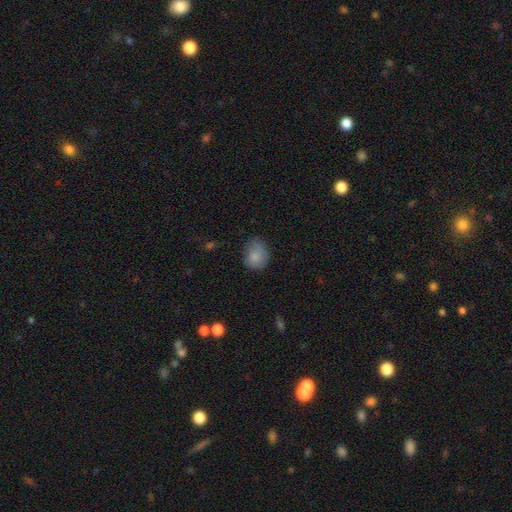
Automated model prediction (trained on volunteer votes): A smooth galaxy with no disk features (82%) that is round (59%). Merging: none (60%).